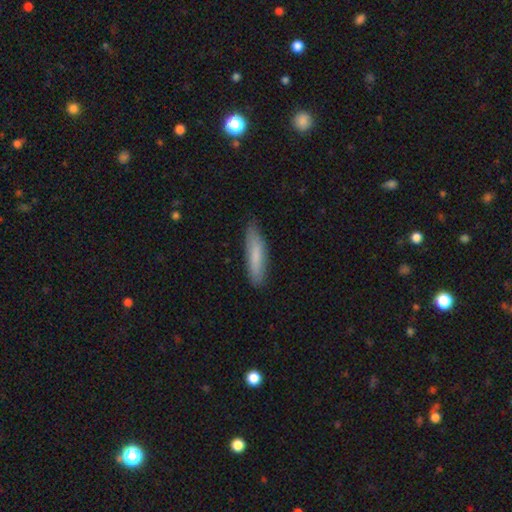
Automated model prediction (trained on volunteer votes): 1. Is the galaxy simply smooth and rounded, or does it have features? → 78% smooth, 16% featured or disk, 6% star or artifact.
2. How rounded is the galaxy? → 77% cigar-shaped, 21% in between, 1% round.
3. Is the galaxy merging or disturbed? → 80% none, 16% minor disturbance, 3% major disturbance, 1% merger.